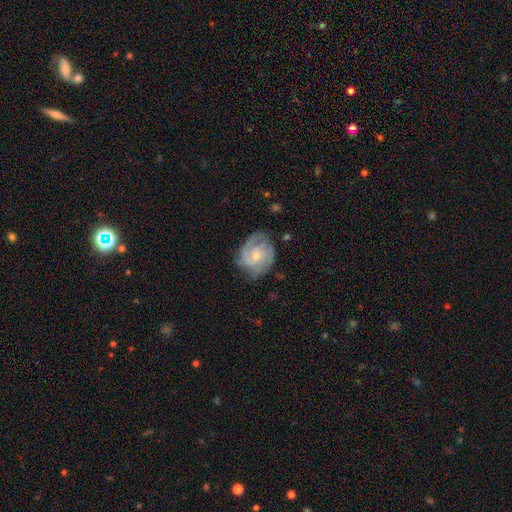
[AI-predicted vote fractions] Smooth or featured?
  - featured or disk: 78% *
  - smooth: 17%
  - star or artifact: 6%
Edge-on disk?
  - no: 98% *
  - yes: 2%
Bar?
  - no: 67% *
  - weak: 29%
  - strong: 4%
Spiral arms?
  - yes: 93% *
  - no: 7%
Spiral winding?
  - tight: 48% *
  - medium: 40%
  - loose: 11%
Spiral arm count?
  - 2: 46% *
  - 3: 22%
  - can't tell: 20%
  - 1: 5%
  - 4: 4%
  - more than 4: 3%
Bulge size?
  - small: 61% *
  - moderate: 34%
  - none: 2%
  - large: 2%
  - dominant: 1%
Merging?
  - none: 67% *
  - minor disturbance: 23%
  - major disturbance: 8%
  - merger: 2%